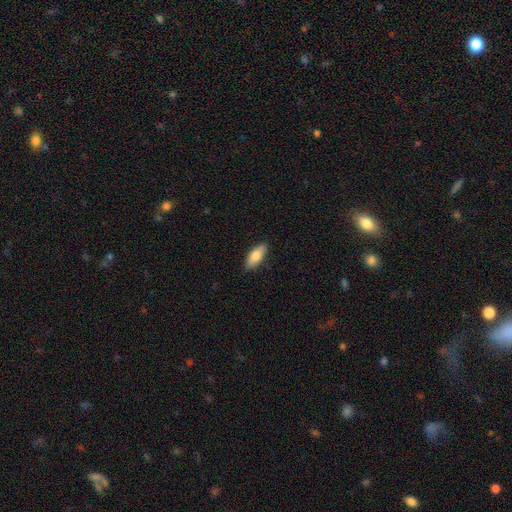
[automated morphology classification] Smooth or featured? smooth (80%)
How rounded? in between (79%)
Merging? none (88%)